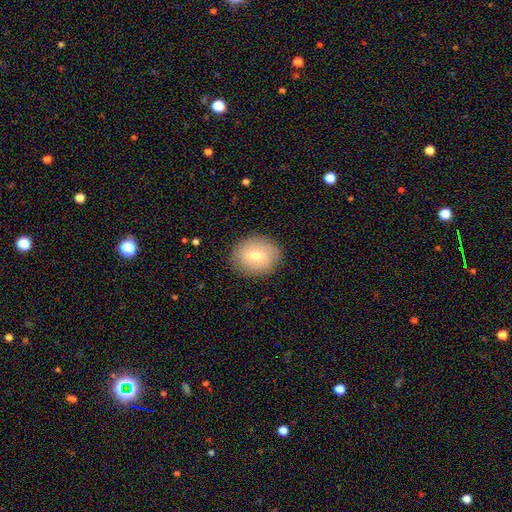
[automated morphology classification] Smooth or featured? Predicted: smooth (p=0.65). How rounded? Predicted: round (p=0.51). Merging? Predicted: none (p=0.86).